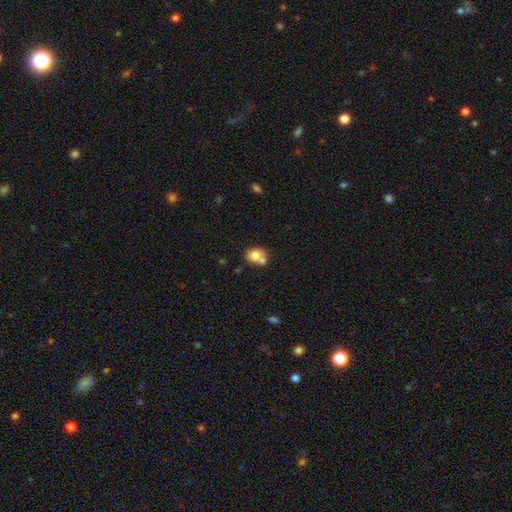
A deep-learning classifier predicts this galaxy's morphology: A smooth galaxy with no disk features (76%) that is round (56%).

Vote fractions:
- Smooth or featured? smooth: 76% / featured or disk: 14% / star or artifact: 9%
- How rounded? round: 56% / in between: 43% / cigar-shaped: 1%
- Merging? merger: 45% / none: 40% / minor disturbance: 11% / major disturbance: 4%